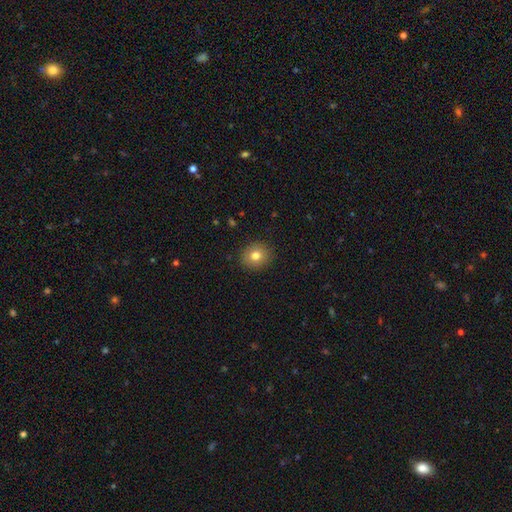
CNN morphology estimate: Smooth or featured? Predicted: smooth (p=0.79). How rounded? Predicted: round (p=0.81). Merging? Predicted: none (p=0.90).